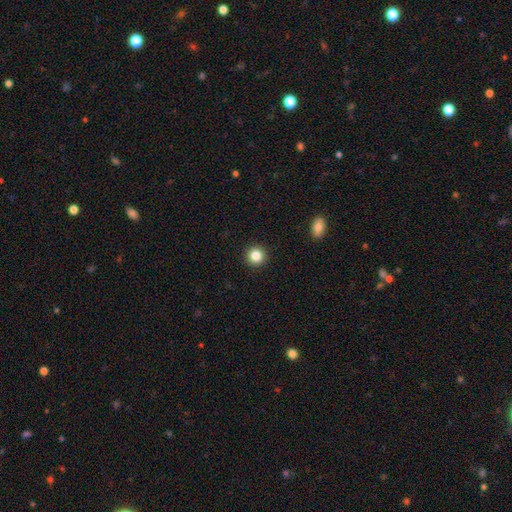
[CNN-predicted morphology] smooth_or_featured: smooth (p=0.84) [alt: star or artifact p=0.11]
how_rounded: round (p=0.95) [alt: in between p=0.04]
merging: none (p=0.93) [alt: minor disturbance p=0.04]